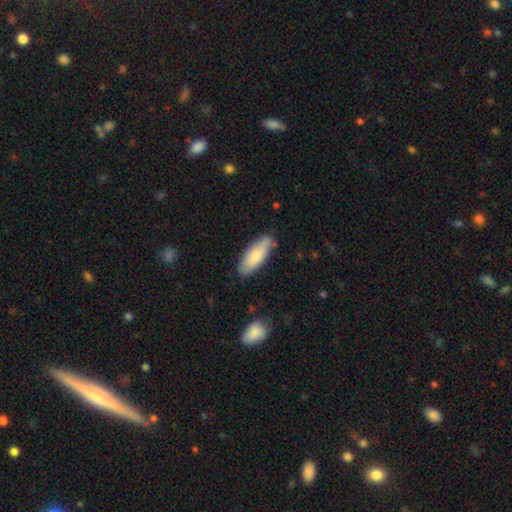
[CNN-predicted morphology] This is likely a smooth galaxy (77%). How rounded: likely in between (66%). Merging: likely none (78%).